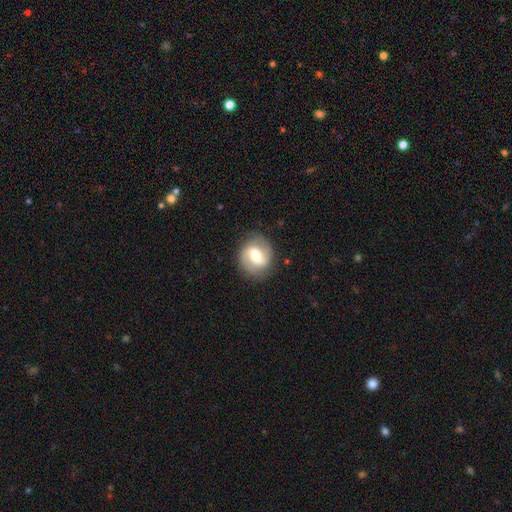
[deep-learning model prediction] featured or disk 62%, smooth 32%, star or artifact 7%. Down the decision tree: edge-on disk — no (97%); bar — weak (46%); spiral arms — yes (82%); bulge size — moderate (63%); merging — none (83%).